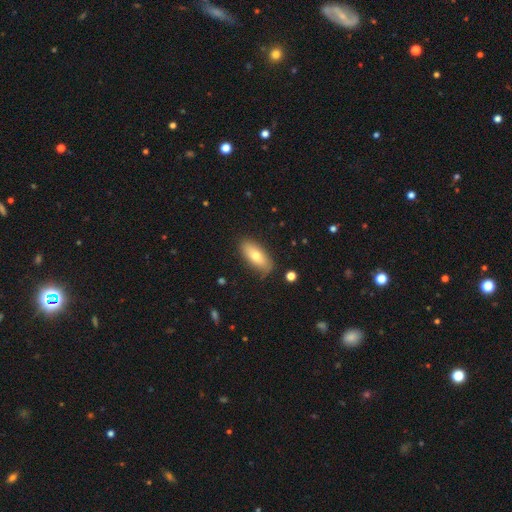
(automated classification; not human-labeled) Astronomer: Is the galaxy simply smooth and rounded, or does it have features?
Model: smooth — 70%.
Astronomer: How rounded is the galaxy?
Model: in between — 79%.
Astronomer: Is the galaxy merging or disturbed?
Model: none — 80%.